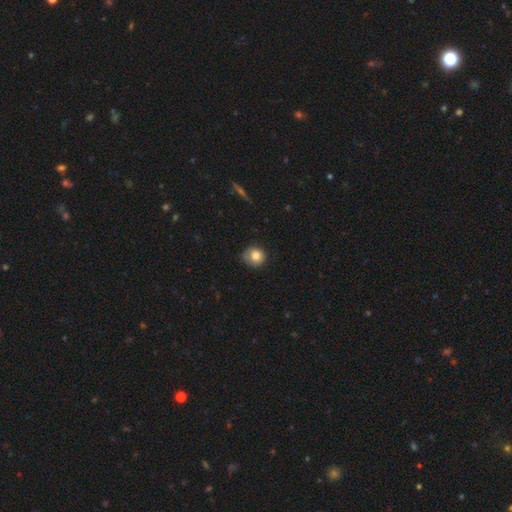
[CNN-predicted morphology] This appears to be a smooth galaxy with no disk features (80%) that is round (83%). Merging: none (66%).